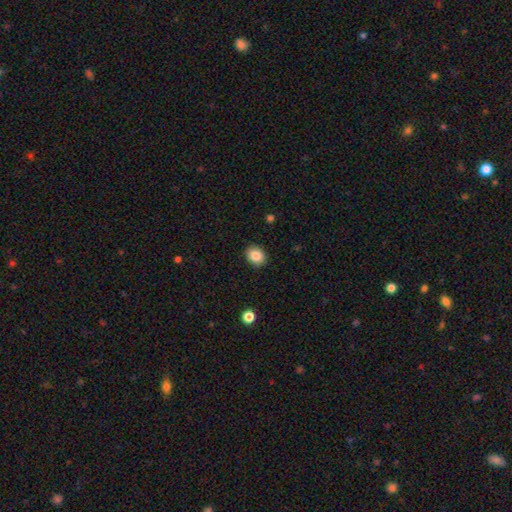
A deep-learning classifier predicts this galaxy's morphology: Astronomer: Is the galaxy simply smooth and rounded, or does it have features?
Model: smooth — 86%.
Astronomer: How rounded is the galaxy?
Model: round — 60% (runner-up: in between, 39%).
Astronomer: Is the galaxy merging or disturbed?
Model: none — 90%.